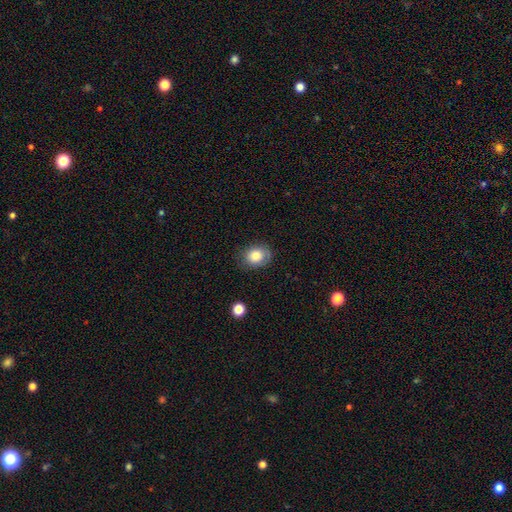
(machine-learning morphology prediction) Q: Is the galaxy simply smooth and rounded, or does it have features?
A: smooth — 78%.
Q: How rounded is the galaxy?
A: round — 52%.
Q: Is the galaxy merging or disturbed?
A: none — 75%.